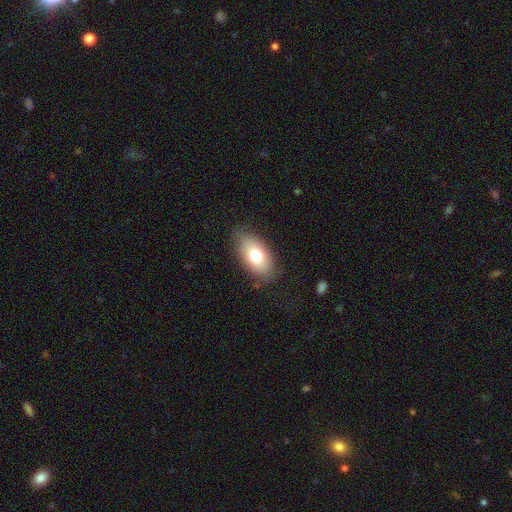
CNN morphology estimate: This appears to be a smooth galaxy with no disk features (75%) that is in between round and cigar-shaped (93%). Merging: none (81%).